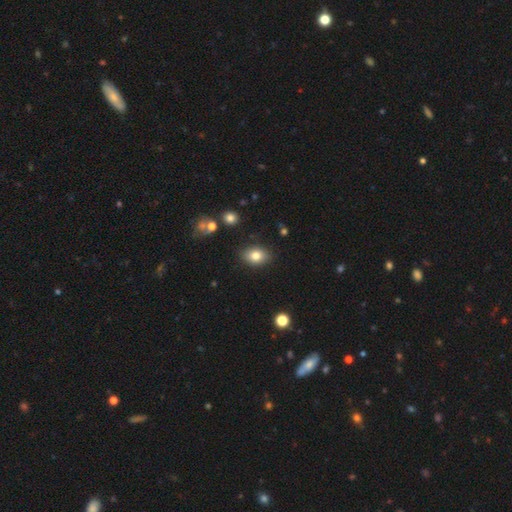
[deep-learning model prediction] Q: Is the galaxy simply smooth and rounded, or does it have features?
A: smooth — 80%.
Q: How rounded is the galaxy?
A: in between — 78%.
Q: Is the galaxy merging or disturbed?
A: none — 85%.